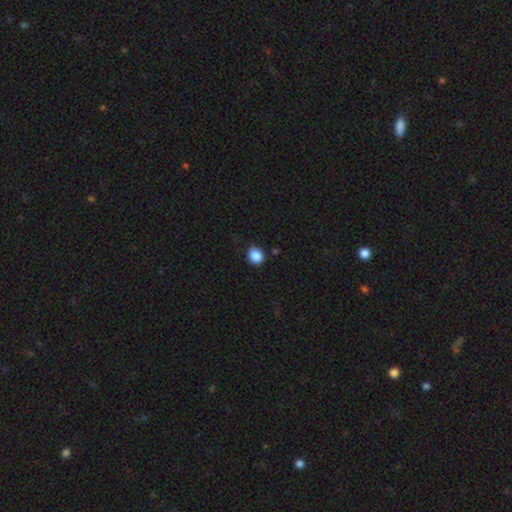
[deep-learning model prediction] Overall: smooth (87%). How rounded: round (70%). Merging: none (86%).